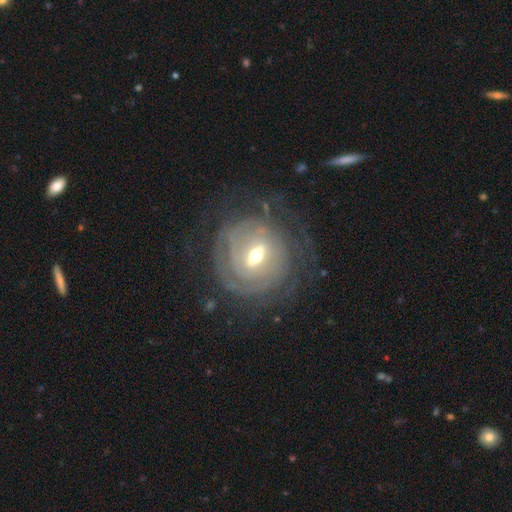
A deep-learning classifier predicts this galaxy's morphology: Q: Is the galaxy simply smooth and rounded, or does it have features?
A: featured or disk — 84%.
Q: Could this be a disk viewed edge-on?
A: no — 96%.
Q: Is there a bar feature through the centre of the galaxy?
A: weak — 48%.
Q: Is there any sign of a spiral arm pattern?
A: yes — 89%.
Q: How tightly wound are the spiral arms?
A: tight — 71%.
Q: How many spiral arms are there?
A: can't tell — 41%.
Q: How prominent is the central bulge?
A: moderate — 61%.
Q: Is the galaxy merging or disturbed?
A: none — 68%.